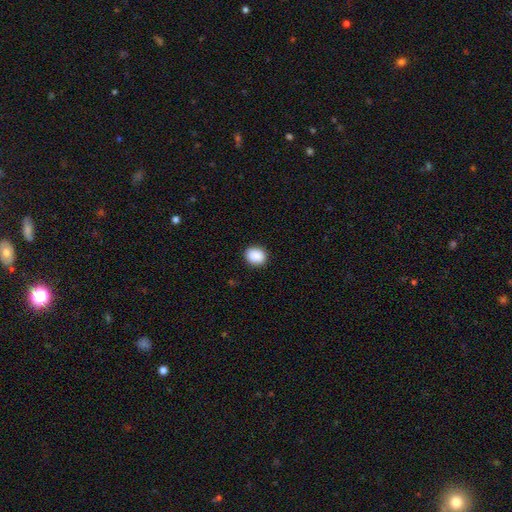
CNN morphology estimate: A smooth galaxy with no disk features (90%) that is round (53%). Merging: none (88%).